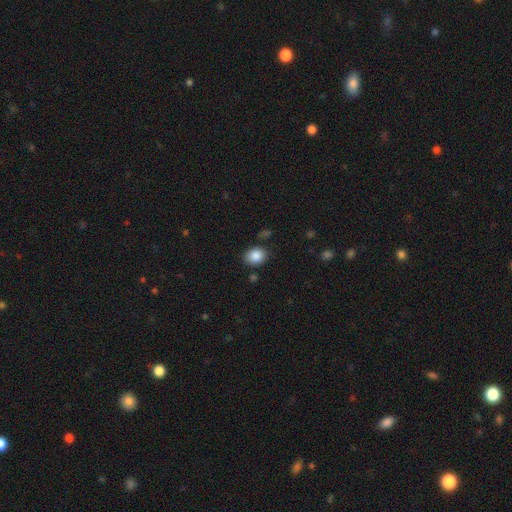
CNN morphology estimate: Smooth or featured?
  - smooth: 87% *
  - star or artifact: 8%
  - featured or disk: 5%
How rounded?
  - in between: 56% *
  - round: 43%
  - cigar-shaped: 1%
Merging?
  - none: 81% *
  - minor disturbance: 12%
  - merger: 3%
  - major disturbance: 3%